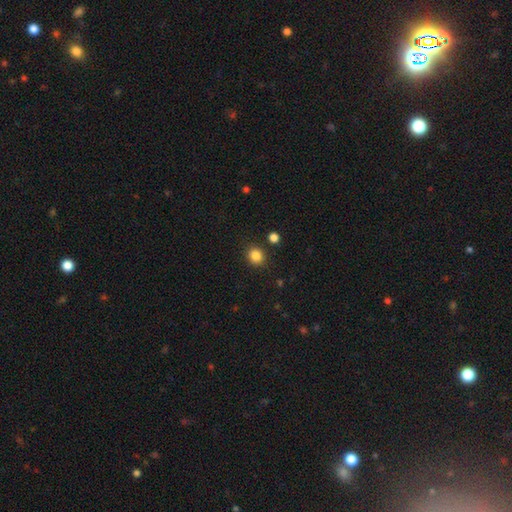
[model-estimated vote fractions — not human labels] The model was most divided on "how rounded": round: 80%, in between: 19%, cigar-shaped: 1%. More confident: merging — none (87%); smooth or featured — smooth (85%).